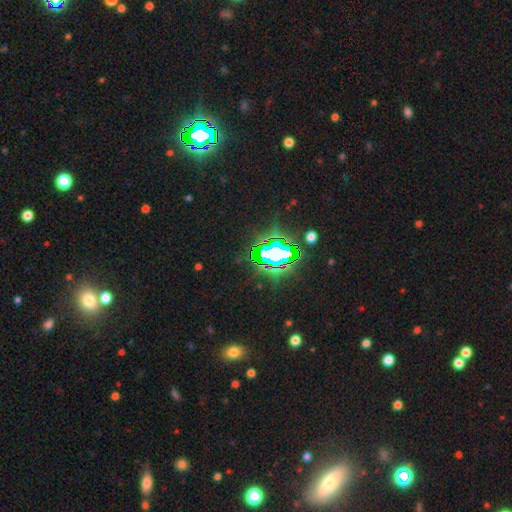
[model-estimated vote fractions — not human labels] This is likely a star or artifact rather than a galaxy (74%).